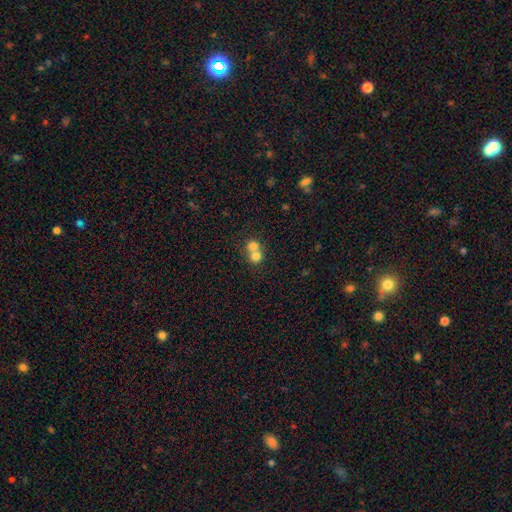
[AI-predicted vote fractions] Q: Smooth or featured?
A: smooth (73%); runner-up: featured or disk (16%)
Q: How rounded?
A: round (81%); runner-up: in between (18%)
Q: Merging?
A: merger (67%); runner-up: none (27%)